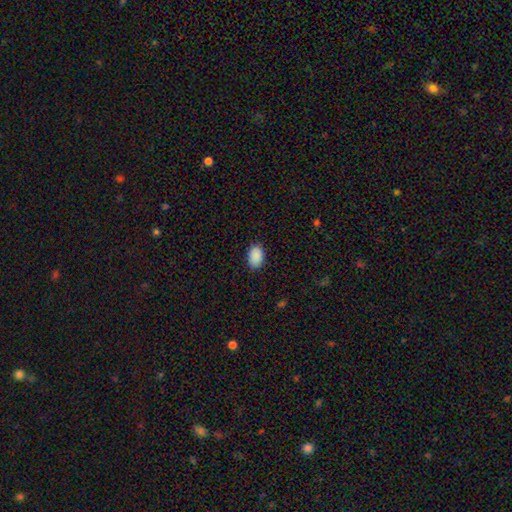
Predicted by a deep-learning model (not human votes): This is clearly a smooth galaxy (90%). How rounded: clearly in between (90%). Merging: clearly none (87%).